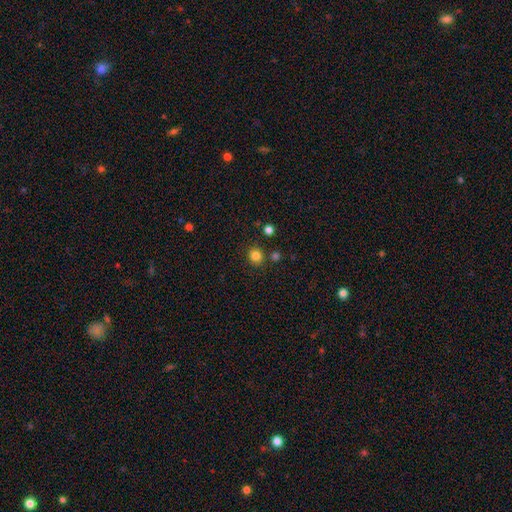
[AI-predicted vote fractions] This is clearly a smooth galaxy (81%). How rounded: clearly round (89%). Merging: clearly none (85%).